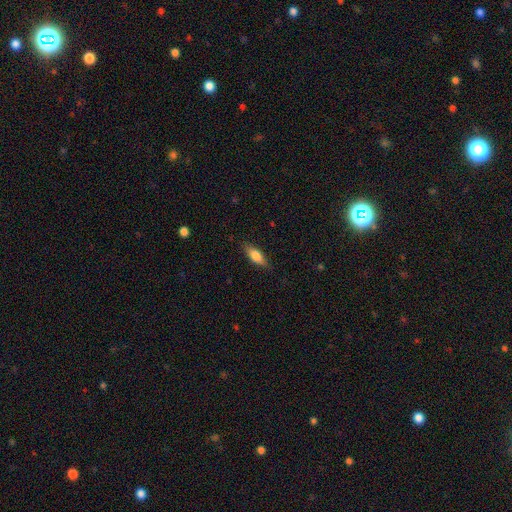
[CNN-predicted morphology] type=smooth (75%); roundness=in between (66%); merging=none (83%).